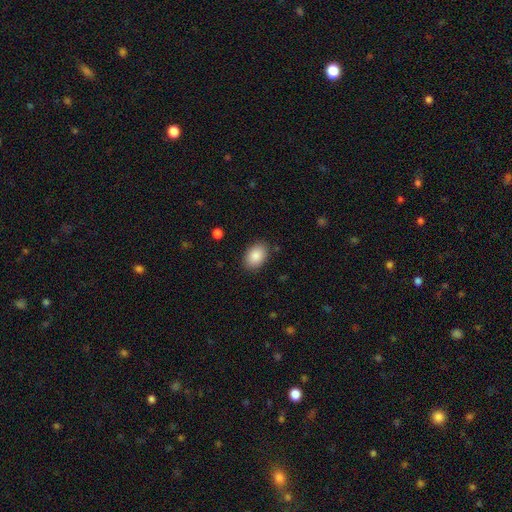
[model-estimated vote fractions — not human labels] This appears to be a smooth galaxy with no disk features (88%) that is in between round and cigar-shaped (83%). Merging: none (87%).